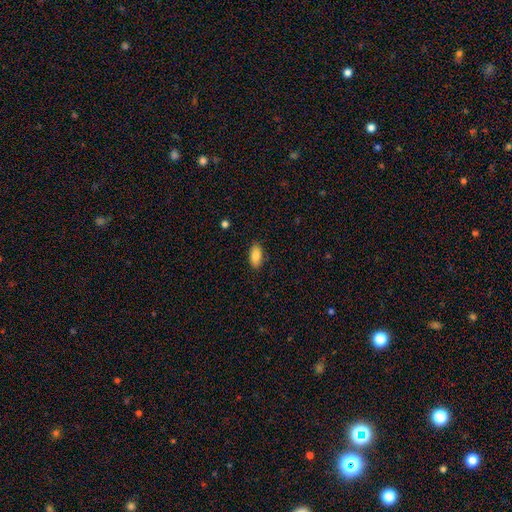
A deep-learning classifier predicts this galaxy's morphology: Q: Smooth or featured?
A: smooth (87%); runner-up: star or artifact (7%)
Q: How rounded?
A: in between (90%); runner-up: cigar-shaped (7%)
Q: Merging?
A: none (85%); runner-up: minor disturbance (11%)